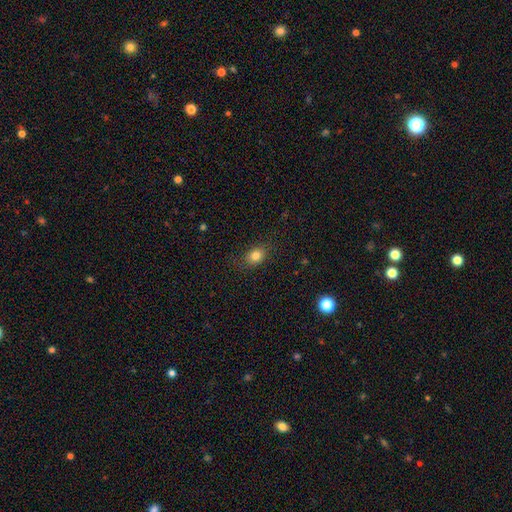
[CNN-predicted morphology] smooth_or_featured: smooth (p=0.81) [alt: star or artifact p=0.11]
how_rounded: in between (p=0.59) [alt: round p=0.39]
merging: none (p=0.80) [alt: minor disturbance p=0.15]